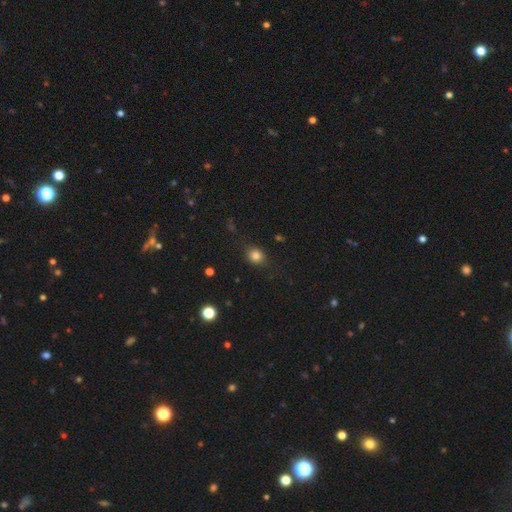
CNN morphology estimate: smooth 83%, star or artifact 12%, featured or disk 6%. Down the decision tree: how rounded — round (68%); merging — none (82%).